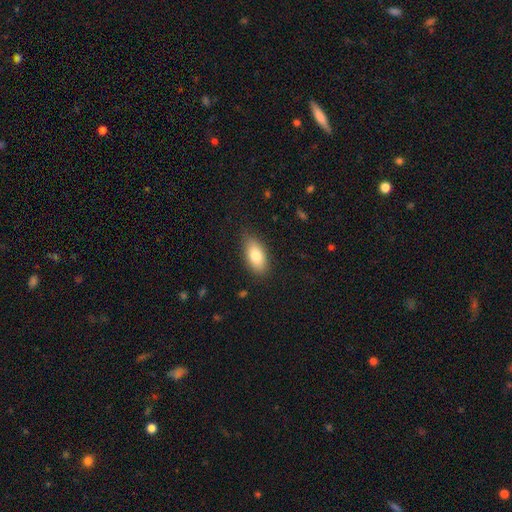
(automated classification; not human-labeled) This is likely a smooth galaxy (79%). How rounded: clearly in between (90%). Merging: clearly none (82%).